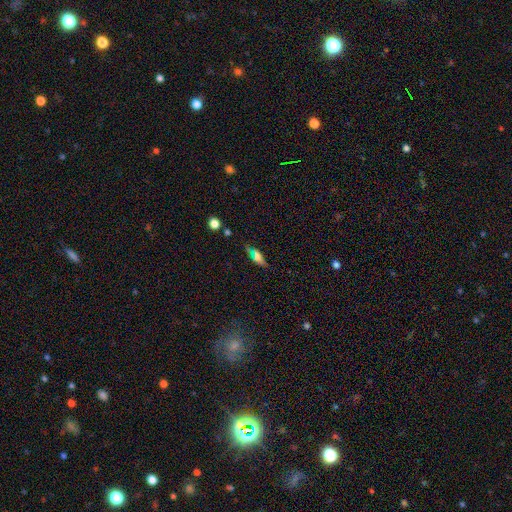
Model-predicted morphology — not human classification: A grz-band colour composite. It shows a smooth galaxy with no disk features (51%) that is in between round and cigar-shaped (51%). Merging: none (64%).